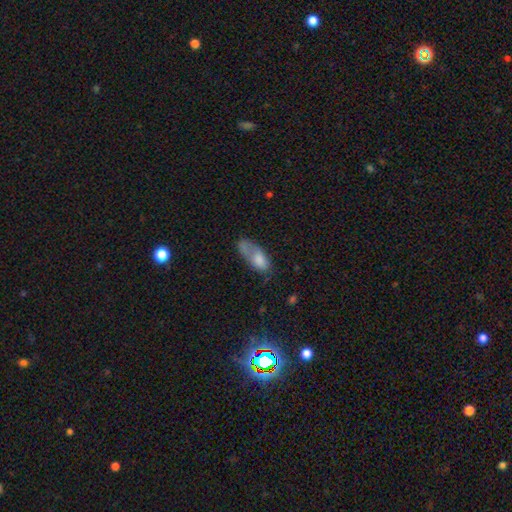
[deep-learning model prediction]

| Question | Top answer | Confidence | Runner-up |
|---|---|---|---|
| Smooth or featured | smooth | 64% | featured or disk (22%) |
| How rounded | in between | 78% | cigar-shaped (16%) |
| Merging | none | 34% | minor disturbance (28%) |